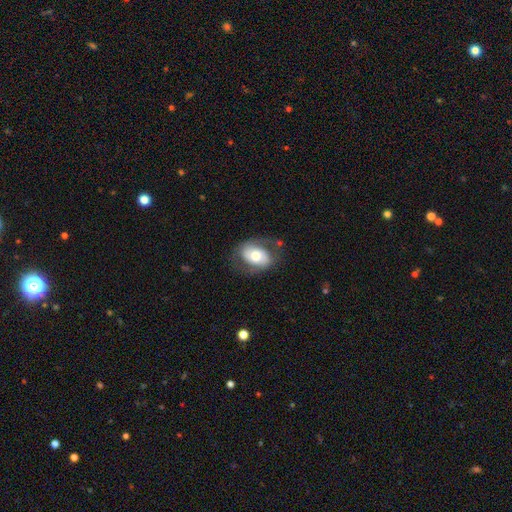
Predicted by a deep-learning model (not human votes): Smooth or featured?
  - featured or disk: 47% *
  - smooth: 46%
  - star or artifact: 7%
Merging?
  - none: 62% *
  - minor disturbance: 22%
  - major disturbance: 14%
  - merger: 2%